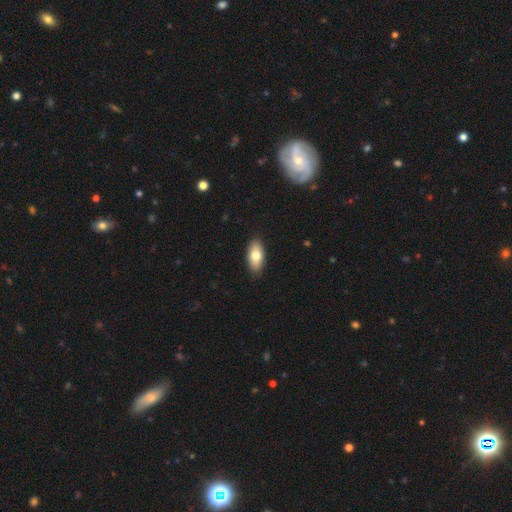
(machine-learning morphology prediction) smooth-or-featured: smooth: 75% | featured or disk: 19% | star or artifact: 6%
  how-rounded: in between: 88% | cigar-shaped: 8% | round: 3%
  merging: none: 89% | minor disturbance: 8% | major disturbance: 2% | merger: 1%